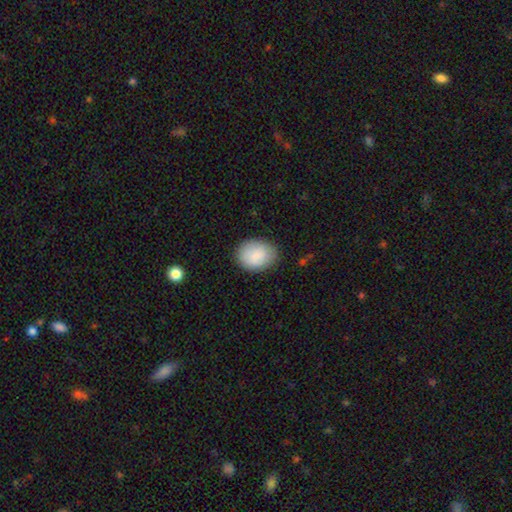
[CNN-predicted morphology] smooth_or_featured: smooth (p=0.86) [alt: featured or disk p=0.08]
how_rounded: in between (p=0.60) [alt: round p=0.39]
merging: none (p=0.81) [alt: minor disturbance p=0.14]